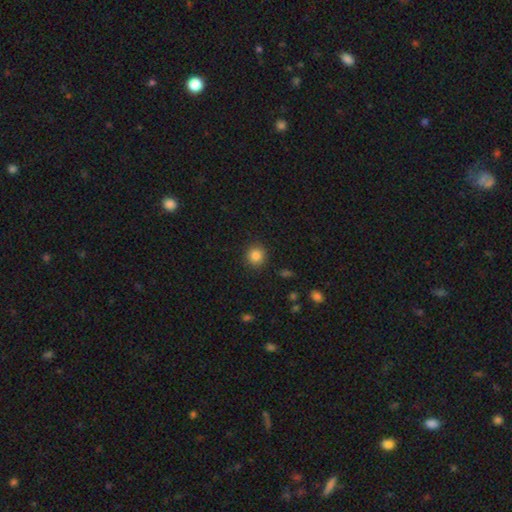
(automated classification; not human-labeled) Overall: smooth (85%). How rounded: round (91%). Merging: none (90%).